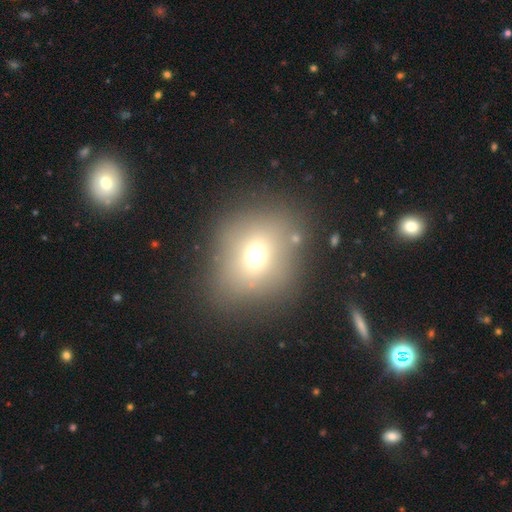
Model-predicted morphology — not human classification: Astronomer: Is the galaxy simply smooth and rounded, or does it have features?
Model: smooth — 66%.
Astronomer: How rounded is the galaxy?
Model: round — 69%.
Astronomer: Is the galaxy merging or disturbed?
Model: none — 79%.